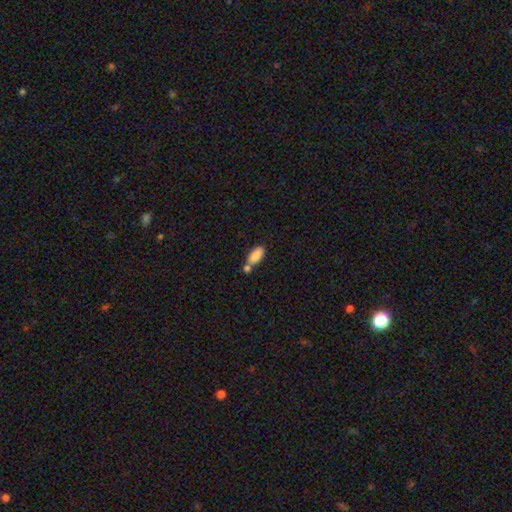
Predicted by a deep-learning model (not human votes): smooth_or_featured: smooth (p=0.87) [alt: star or artifact p=0.07]
how_rounded: in between (p=0.87) [alt: cigar-shaped p=0.11]
merging: none (p=0.48) [alt: merger p=0.36]